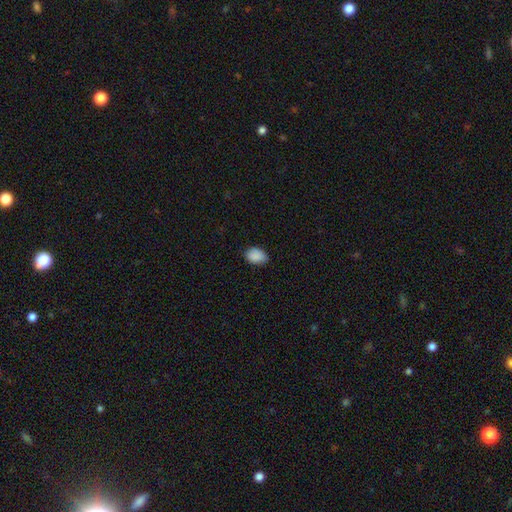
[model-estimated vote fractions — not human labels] Smooth or featured?
  - smooth: 89% *
  - star or artifact: 8%
  - featured or disk: 3%
How rounded?
  - in between: 82% *
  - round: 17%
  - cigar-shaped: 1%
Merging?
  - none: 78% *
  - minor disturbance: 18%
  - major disturbance: 3%
  - merger: 1%